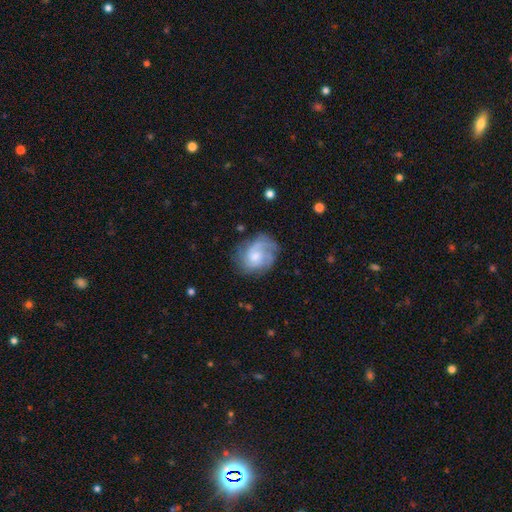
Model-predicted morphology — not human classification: The model was most divided on "spiral winding": tight: 45%, medium: 38%, loose: 17%. Remaining: edge-on disk — no (98%); spiral arms — yes (89%); bar — no (70%); smooth or featured — featured or disk (67%); merging — none (66%); bulge size — moderate (47%); spiral arm count — can't tell (37%).